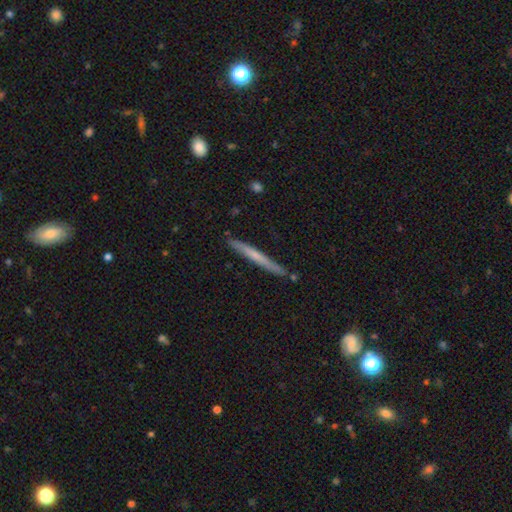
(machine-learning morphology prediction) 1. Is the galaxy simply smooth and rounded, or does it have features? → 48% smooth, 46% featured or disk, 6% star or artifact.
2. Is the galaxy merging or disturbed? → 87% none, 10% minor disturbance, 2% merger, 2% major disturbance.